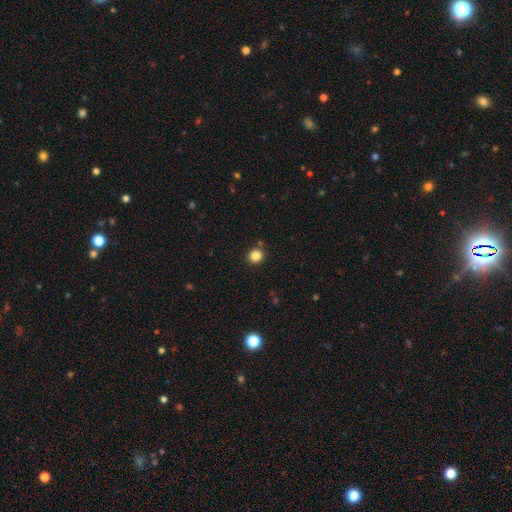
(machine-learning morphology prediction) smooth-or-featured: smooth: 85% | star or artifact: 11% | featured or disk: 4%
  how-rounded: round: 89% | in between: 10% | cigar-shaped: 1%
  merging: none: 88% | minor disturbance: 7% | merger: 3% | major disturbance: 2%